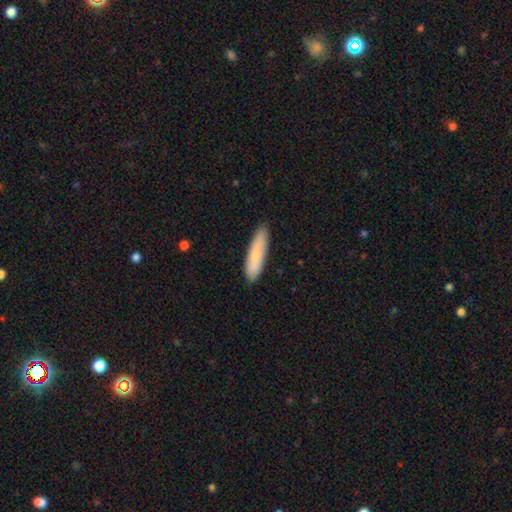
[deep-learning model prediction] smooth-or-featured: smooth: 80% | featured or disk: 15% | star or artifact: 6%
  how-rounded: cigar-shaped: 76% | in between: 23% | round: 1%
  merging: none: 86% | minor disturbance: 11% | major disturbance: 2% | merger: 1%